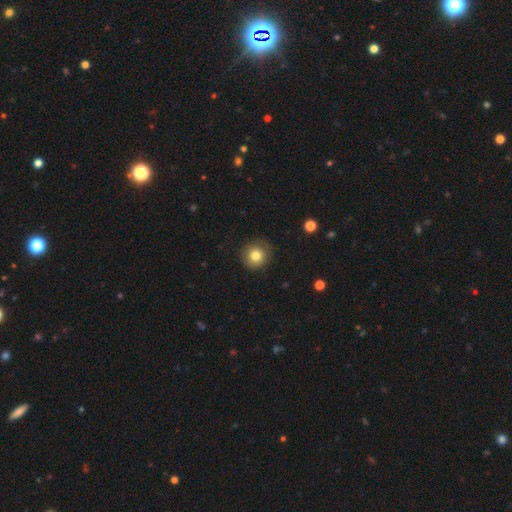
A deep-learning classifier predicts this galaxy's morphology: smooth-or-featured: smooth: 80% | star or artifact: 11% | featured or disk: 9%
  how-rounded: round: 93% | in between: 6% | cigar-shaped: 1%
  merging: none: 87% | minor disturbance: 9% | major disturbance: 3% | merger: 1%